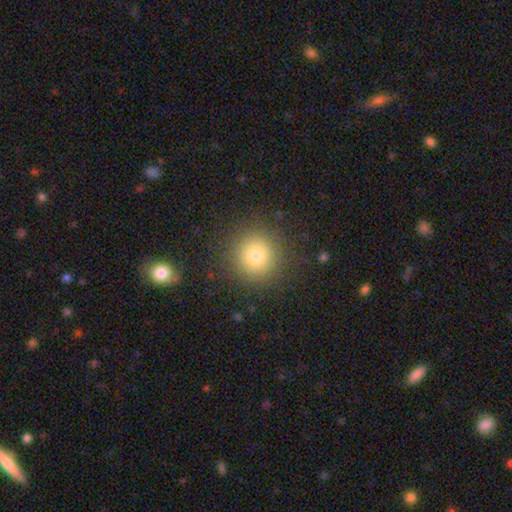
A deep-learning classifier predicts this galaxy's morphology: This appears to be a smooth galaxy with no disk features (76%) that is round (94%). Merging: none (88%).